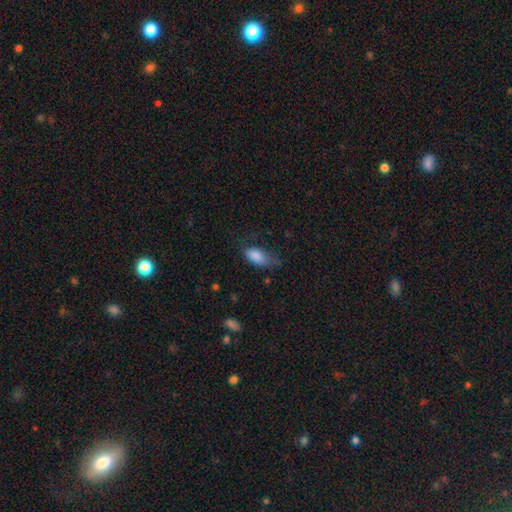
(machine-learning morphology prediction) smooth 83%, featured or disk 10%, star or artifact 8%. Down the decision tree: how rounded — in between (89%); merging — none (45%).